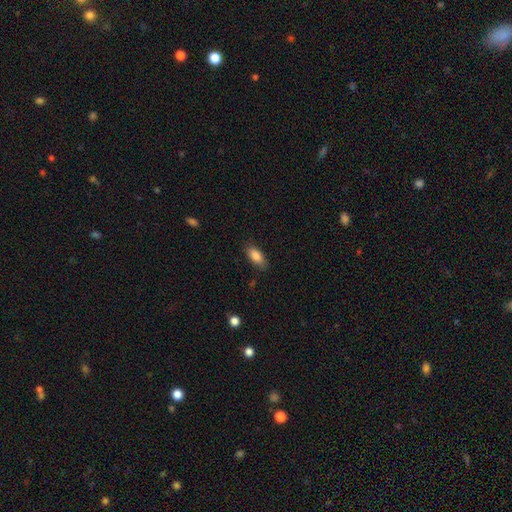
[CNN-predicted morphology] Q: Smooth or featured?
A: smooth (85%); runner-up: featured or disk (8%)
Q: How rounded?
A: in between (84%); runner-up: cigar-shaped (13%)
Q: Merging?
A: none (81%); runner-up: minor disturbance (15%)